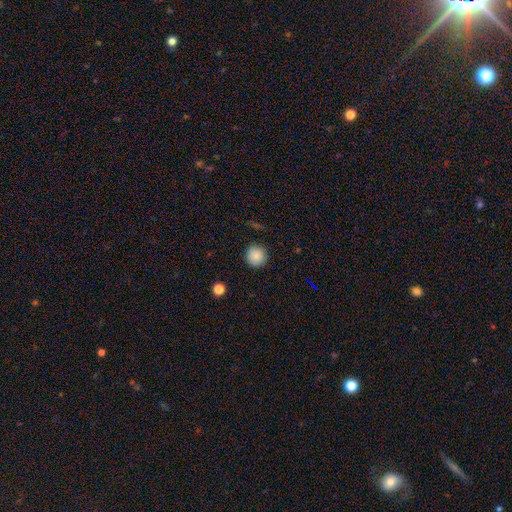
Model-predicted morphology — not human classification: Smooth or featured: smooth — 87% (star or artifact — 9%)
How rounded: round — 95% (in between — 4%)
Merging: none — 90% (minor disturbance — 6%)